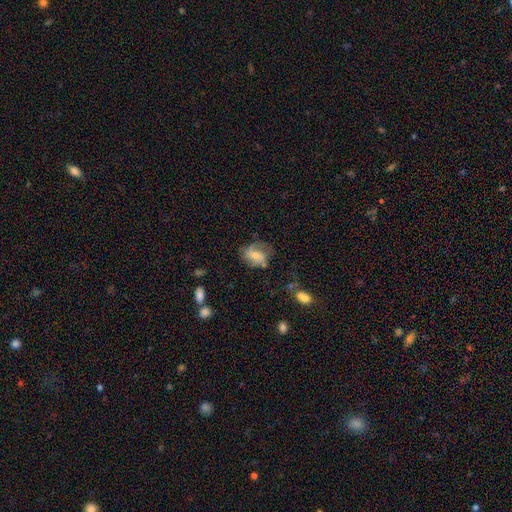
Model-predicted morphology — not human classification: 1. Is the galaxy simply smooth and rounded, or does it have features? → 53% smooth, 38% featured or disk, 9% star or artifact.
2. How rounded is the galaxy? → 66% in between, 32% round, 2% cigar-shaped.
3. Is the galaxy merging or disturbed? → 48% none, 27% minor disturbance, 21% major disturbance, 4% merger.